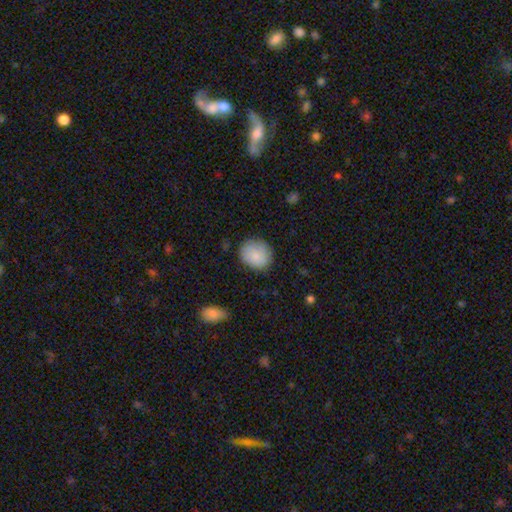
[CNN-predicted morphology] smooth 86%, featured or disk 7%, star or artifact 7%. Down the decision tree: how rounded — round (71%); merging — none (83%).